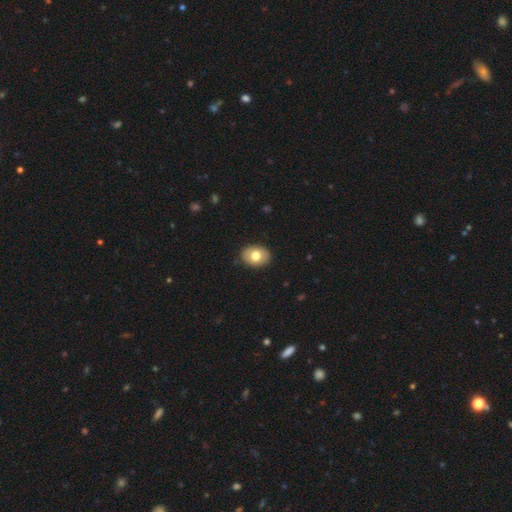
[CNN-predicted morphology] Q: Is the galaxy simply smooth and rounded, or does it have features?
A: smooth — 74%.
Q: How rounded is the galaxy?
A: in between — 69%.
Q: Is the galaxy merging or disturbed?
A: none — 88%.